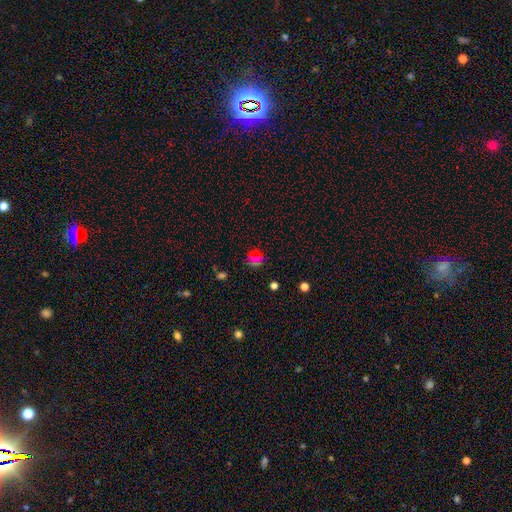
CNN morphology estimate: Smooth or featured? Predicted: smooth (p=0.59). How rounded? Predicted: round (p=0.88). Merging? Predicted: none (p=0.84).